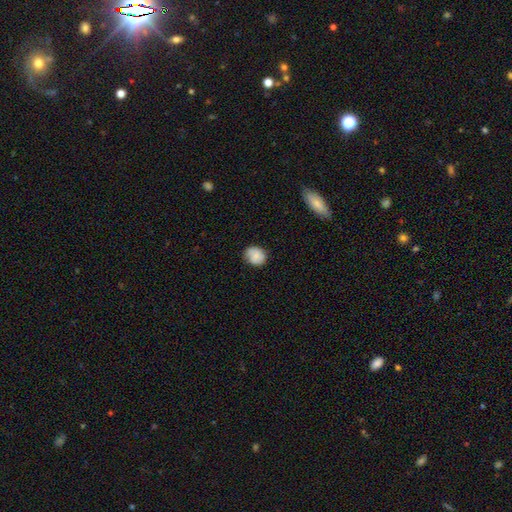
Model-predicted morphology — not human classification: A smooth galaxy with no disk features (80%) that is round (65%). Merging: none (73%).